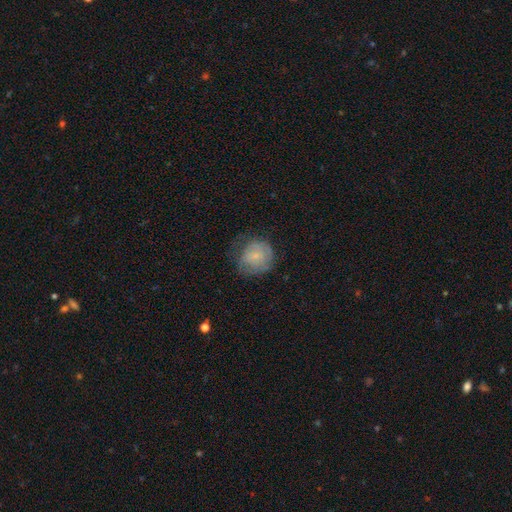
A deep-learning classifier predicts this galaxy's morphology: This appears to be a smooth galaxy with no disk features (62%) that is round (83%). Merging: none (56%).